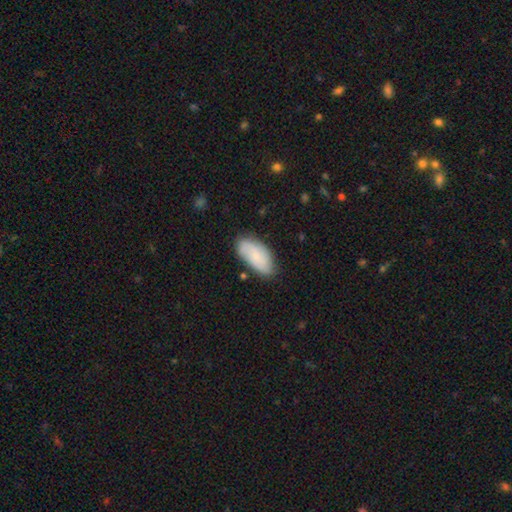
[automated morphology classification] Smooth or featured? smooth (67%)
How rounded? in between (92%)
Merging? none (73%)